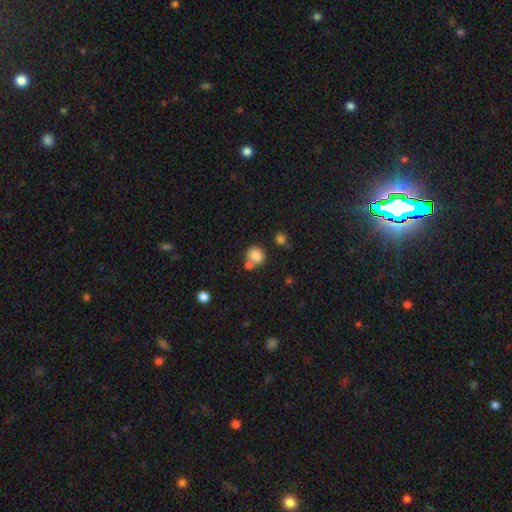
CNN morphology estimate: Smooth or featured: smooth — 81% (star or artifact — 10%)
How rounded: round — 80% (in between — 19%)
Merging: none — 53% (merger — 31%)